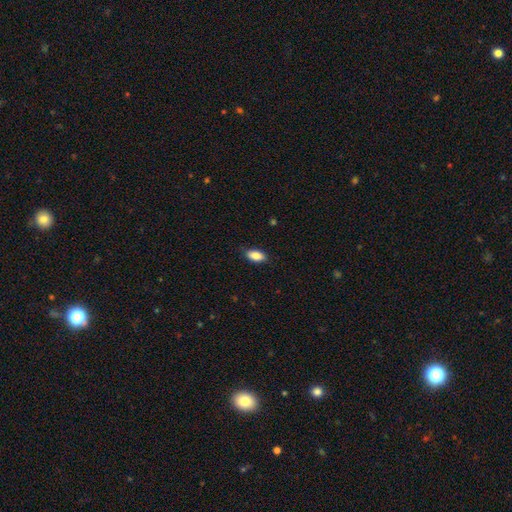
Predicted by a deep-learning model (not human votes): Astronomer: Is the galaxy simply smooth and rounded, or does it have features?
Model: smooth — 87%.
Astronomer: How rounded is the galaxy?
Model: in between — 90%.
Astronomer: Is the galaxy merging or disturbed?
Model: none — 85%.